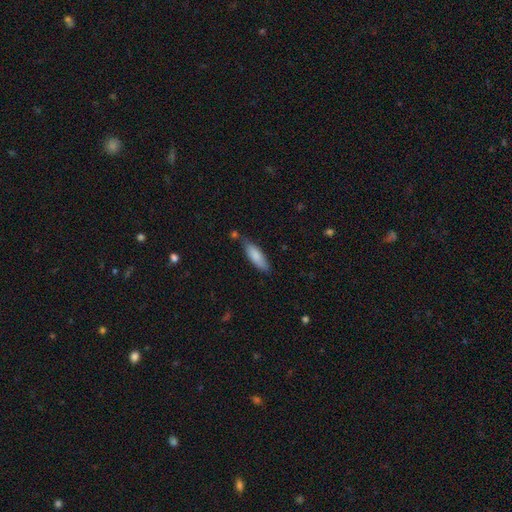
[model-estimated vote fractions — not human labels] smooth_or_featured: smooth (p=0.83) [alt: featured or disk p=0.11]
how_rounded: in between (p=0.52) [alt: cigar-shaped p=0.47]
merging: none (p=0.67) [alt: minor disturbance p=0.22]